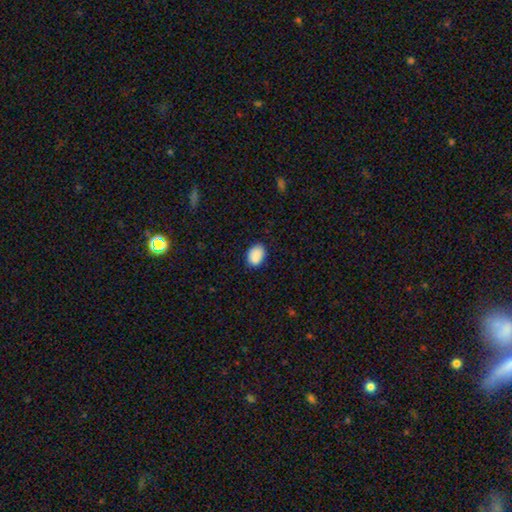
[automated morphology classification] smooth 90%, star or artifact 7%, featured or disk 3%. Down the decision tree: how rounded — in between (79%); merging — none (84%).